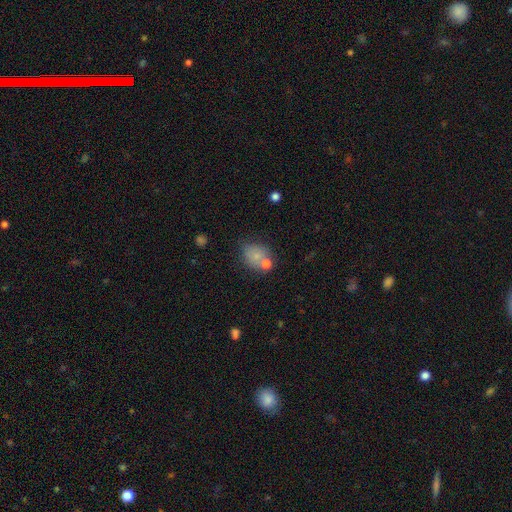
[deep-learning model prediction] Morphology: type=smooth (74%); roundness=round (56%); merging=none (51%).